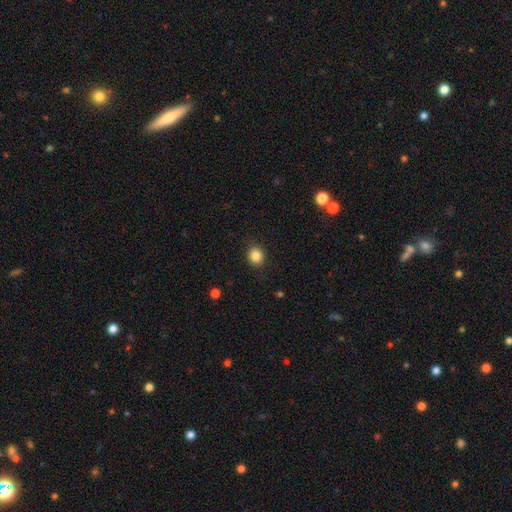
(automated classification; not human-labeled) The model was most divided on "how rounded": round: 79%, in between: 21%, cigar-shaped: 1%. More confident: merging — none (89%); smooth or featured — smooth (85%).